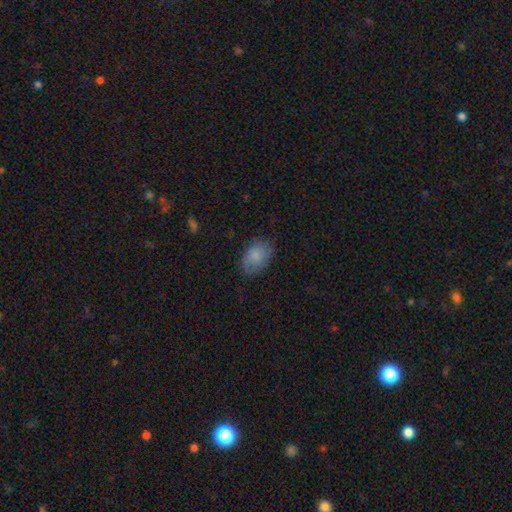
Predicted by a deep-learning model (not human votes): Smooth or featured? smooth (80%)
How rounded? in between (82%)
Merging? none (73%)